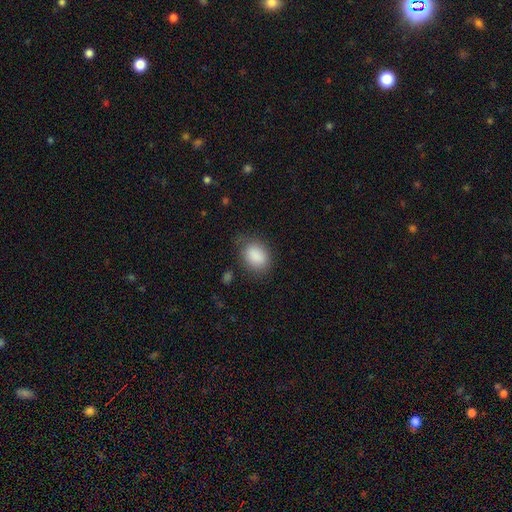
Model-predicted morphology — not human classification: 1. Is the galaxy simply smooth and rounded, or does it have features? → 87% smooth, 8% star or artifact, 5% featured or disk.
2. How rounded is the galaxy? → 69% in between, 30% round, 1% cigar-shaped.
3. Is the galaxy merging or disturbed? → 68% none, 22% minor disturbance, 8% major disturbance, 2% merger.